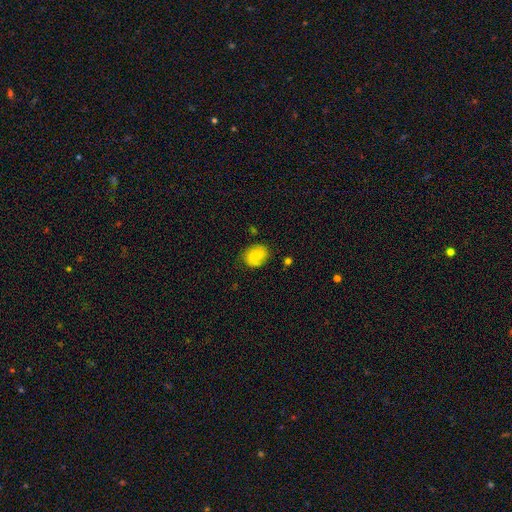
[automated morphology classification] Smooth or featured: smooth — 70% (featured or disk — 21%)
How rounded: in between — 56% (round — 43%)
Merging: none — 72% (minor disturbance — 20%)